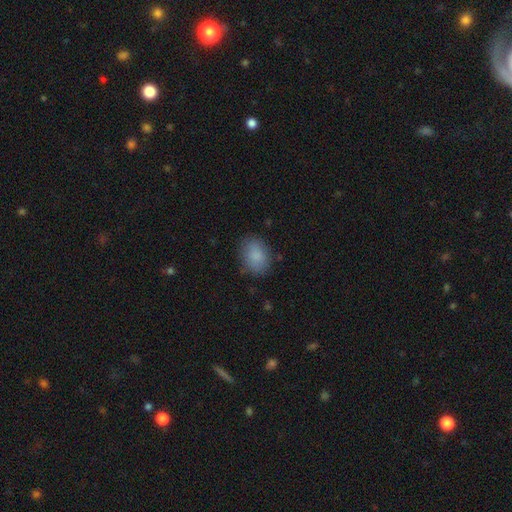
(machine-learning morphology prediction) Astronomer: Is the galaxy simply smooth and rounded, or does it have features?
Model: smooth — 86%.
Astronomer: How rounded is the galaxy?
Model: in between — 72%.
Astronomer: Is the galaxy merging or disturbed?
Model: none — 79%.